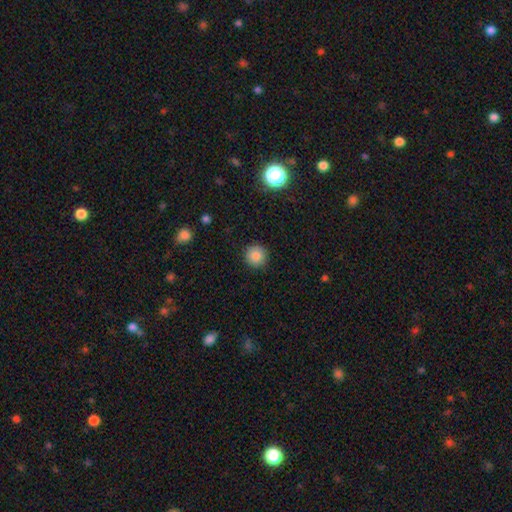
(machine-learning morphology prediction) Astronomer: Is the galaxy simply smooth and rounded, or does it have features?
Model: smooth — 85%.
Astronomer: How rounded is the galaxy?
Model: round — 95%.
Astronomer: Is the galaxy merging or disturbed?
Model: none — 91%.